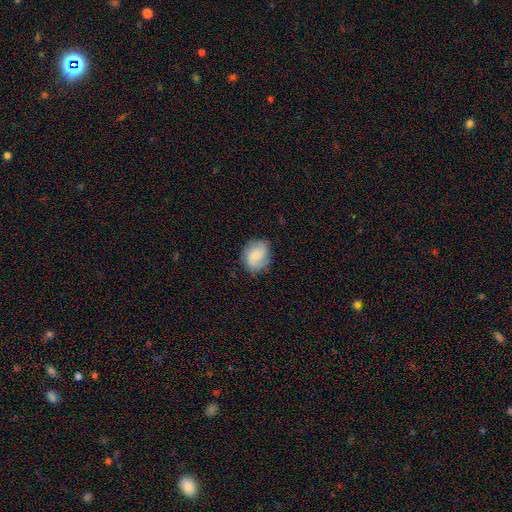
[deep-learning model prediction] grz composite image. It shows a smooth galaxy with no disk features (66%) that is round (56%). Merging: none (75%).